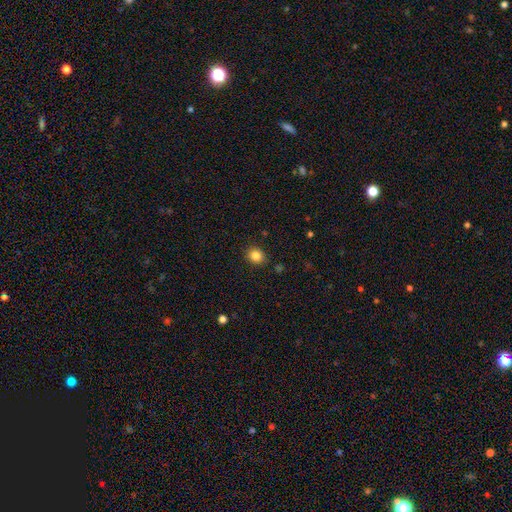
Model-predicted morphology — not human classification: Smooth or featured: smooth — 84% (star or artifact — 11%)
How rounded: round — 75% (in between — 24%)
Merging: none — 89% (minor disturbance — 8%)